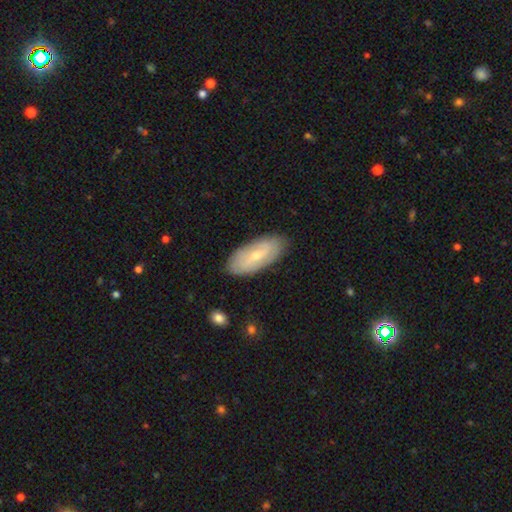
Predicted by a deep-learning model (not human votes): Morphology: type=featured or disk (48%); merging=none (84%).